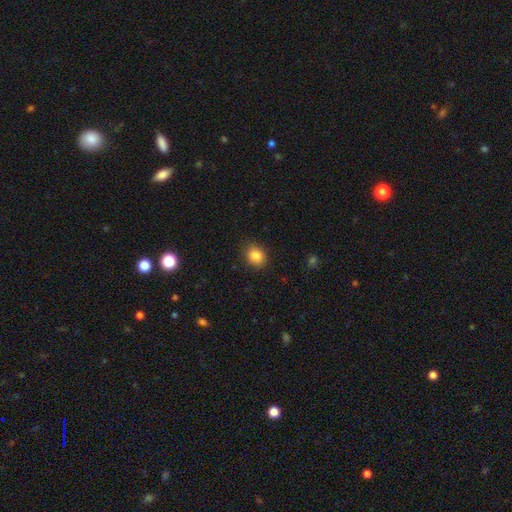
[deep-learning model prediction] Q: Smooth or featured?
A: smooth (86%); runner-up: star or artifact (9%)
Q: How rounded?
A: round (51%); runner-up: in between (48%)
Q: Merging?
A: none (86%); runner-up: minor disturbance (10%)